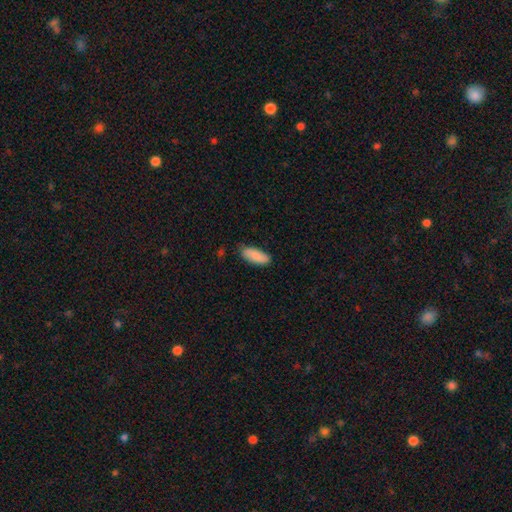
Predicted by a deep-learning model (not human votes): smooth_or_featured: smooth (p=0.84) [alt: featured or disk p=0.10]
how_rounded: in between (p=0.78) [alt: cigar-shaped p=0.20]
merging: none (p=0.78) [alt: minor disturbance p=0.18]